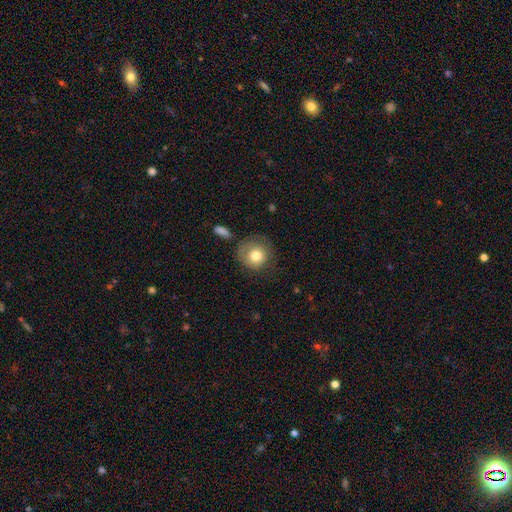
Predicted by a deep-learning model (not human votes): Smooth or featured: smooth — 77% (featured or disk — 15%)
How rounded: round — 89% (in between — 10%)
Merging: none — 61% (minor disturbance — 23%)